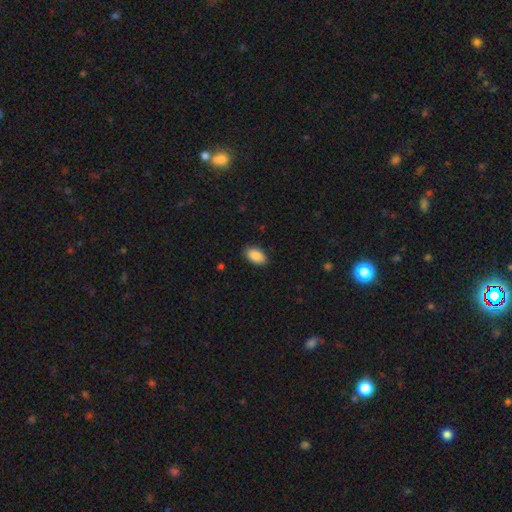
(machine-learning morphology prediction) Overall: smooth (90%). How rounded: in between (93%). Merging: none (88%).